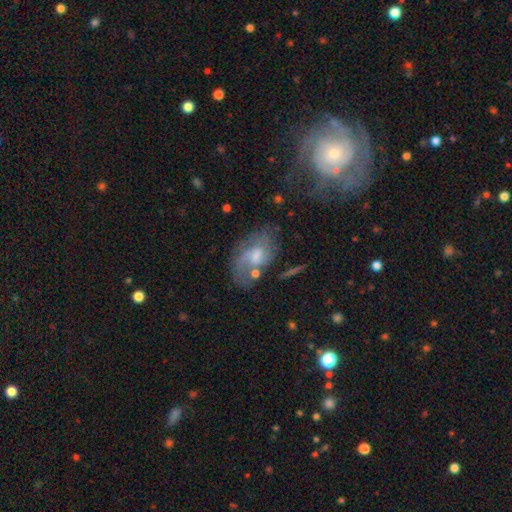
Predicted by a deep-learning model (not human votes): Smooth or featured?
  - featured or disk: 65% *
  - smooth: 25%
  - star or artifact: 10%
Edge-on disk?
  - no: 95% *
  - yes: 5%
Bar?
  - weak: 47% *
  - no: 46%
  - strong: 7%
Spiral arms?
  - yes: 79% *
  - no: 21%
Bulge size?
  - moderate: 46% *
  - small: 33%
  - none: 13%
  - large: 7%
  - dominant: 1%
Merging?
  - none: 53% *
  - minor disturbance: 22%
  - major disturbance: 16%
  - merger: 9%